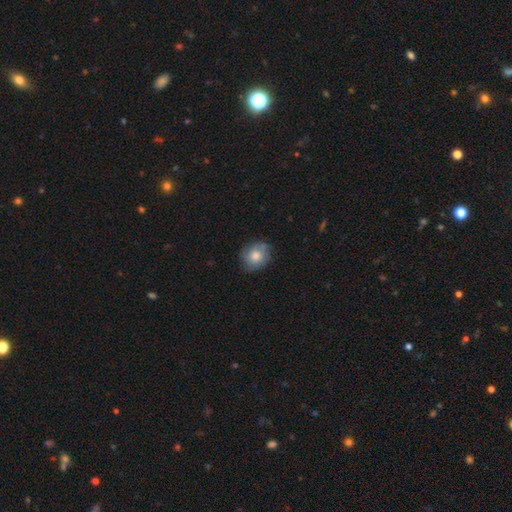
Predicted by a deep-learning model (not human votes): A smooth galaxy with no disk features (65%) that is round (68%). Merging: none (75%).